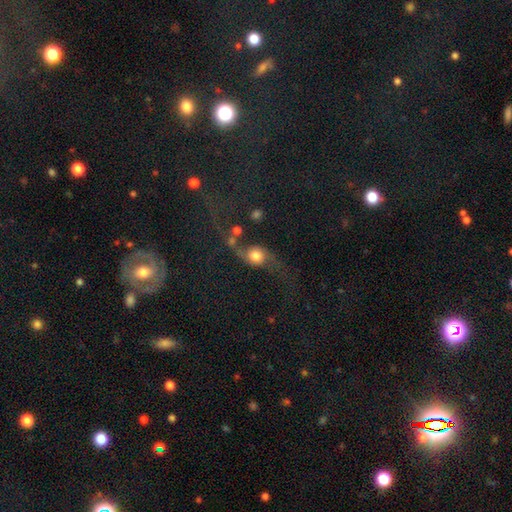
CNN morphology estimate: This is possibly a featured or disk galaxy (45%). Merging: marginally none (38%).